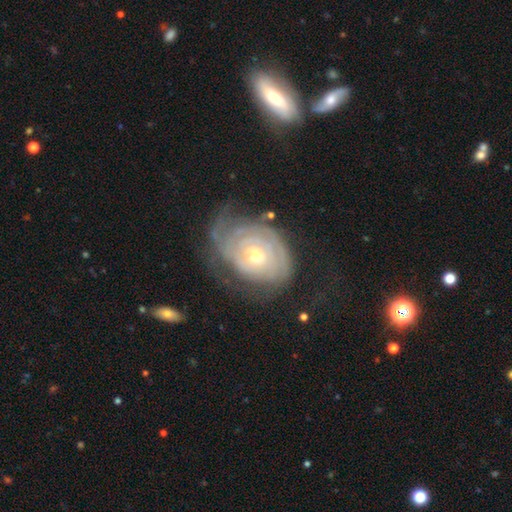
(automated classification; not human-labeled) Q: Smooth or featured?
A: featured or disk (82%); runner-up: smooth (12%)
Q: Edge-on disk?
A: no (96%); runner-up: yes (4%)
Q: Bar?
A: no (74%); runner-up: weak (21%)
Q: Spiral arms?
A: yes (90%); runner-up: no (10%)
Q: Spiral winding?
A: tight (78%); runner-up: medium (16%)
Q: Spiral arm count?
A: can't tell (51%); runner-up: 2 (17%)
Q: Bulge size?
A: moderate (59%); runner-up: small (36%)
Q: Merging?
A: none (56%); runner-up: minor disturbance (24%)